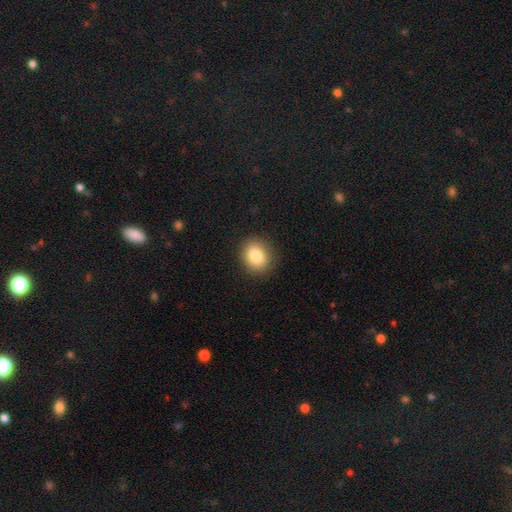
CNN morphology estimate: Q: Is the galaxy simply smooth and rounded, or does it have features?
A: smooth — 84%.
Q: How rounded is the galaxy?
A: round — 64%.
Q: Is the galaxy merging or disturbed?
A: none — 89%.